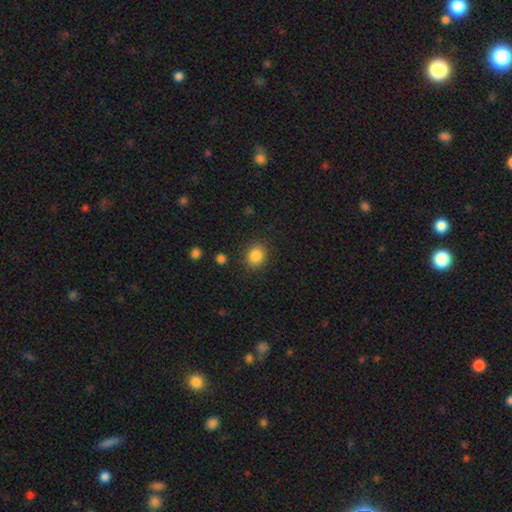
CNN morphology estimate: smooth 85%, star or artifact 10%, featured or disk 5%. Down the decision tree: how rounded — round (72%); merging — none (87%).